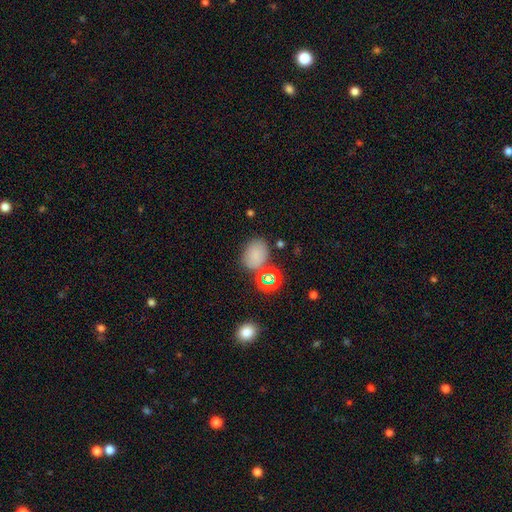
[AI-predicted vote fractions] smooth-or-featured: smooth: 74% | star or artifact: 18% | featured or disk: 8%
  how-rounded: in between: 69% | round: 30% | cigar-shaped: 1%
  merging: none: 69% | minor disturbance: 15% | merger: 11% | major disturbance: 5%